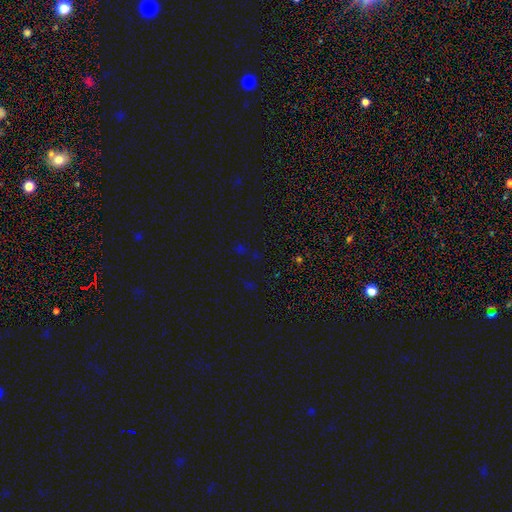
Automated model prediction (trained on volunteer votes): smooth-or-featured: star or artifact: 67% | smooth: 26% | featured or disk: 7%